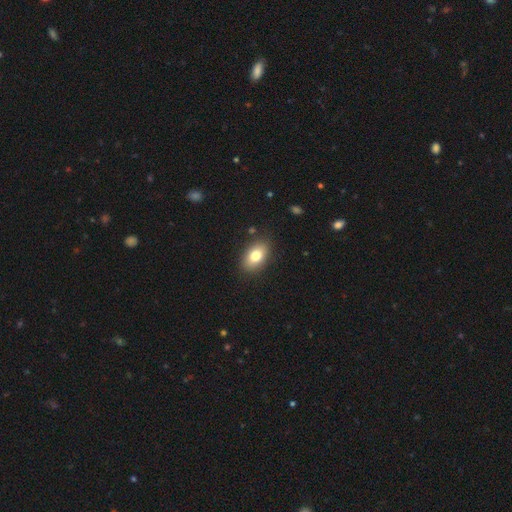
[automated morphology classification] A smooth galaxy with no disk features (80%) that is in between round and cigar-shaped (89%).

Vote fractions:
- Smooth or featured? smooth: 80% / featured or disk: 12% / star or artifact: 8%
- How rounded? in between: 89% / round: 10% / cigar-shaped: 2%
- Merging? none: 86% / minor disturbance: 9% / major disturbance: 3% / merger: 2%